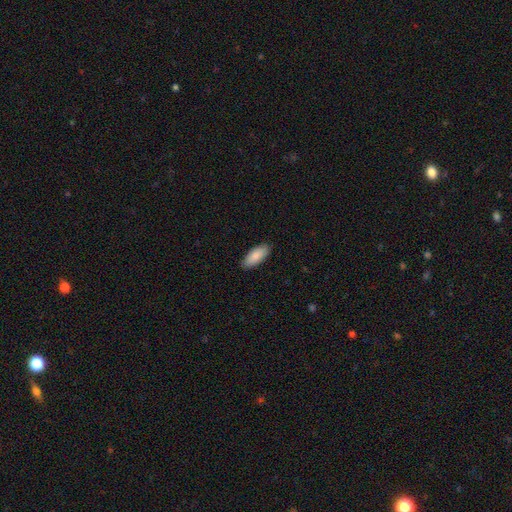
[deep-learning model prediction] Morphology: type=smooth (88%); roundness=in between (83%); merging=none (88%).